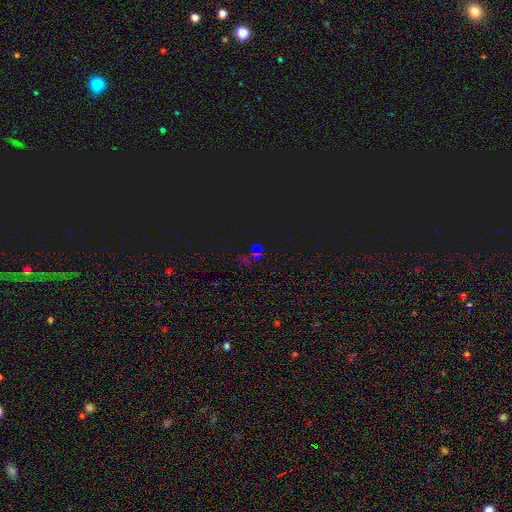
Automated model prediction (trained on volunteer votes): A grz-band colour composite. It shows a star or artifact, not a galaxy (68%).